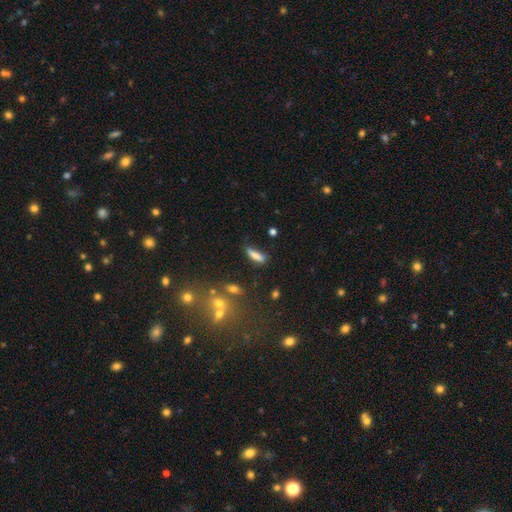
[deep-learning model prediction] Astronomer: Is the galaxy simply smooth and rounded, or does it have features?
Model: smooth — 77%.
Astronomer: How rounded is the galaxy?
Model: cigar-shaped — 65%.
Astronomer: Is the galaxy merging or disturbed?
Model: none — 66%.